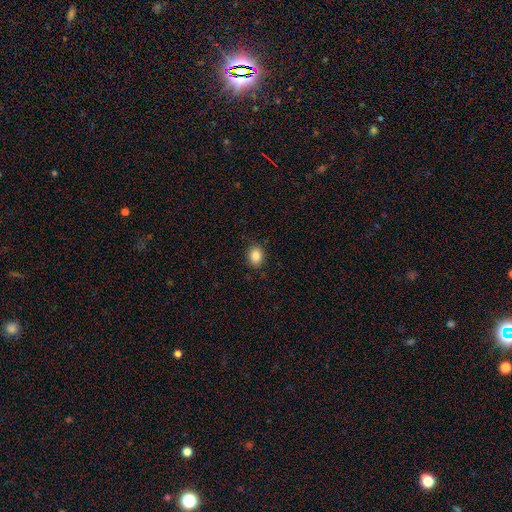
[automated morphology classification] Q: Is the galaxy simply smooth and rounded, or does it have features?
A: smooth — 86%.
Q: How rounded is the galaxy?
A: in between — 51%.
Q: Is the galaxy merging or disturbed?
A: none — 88%.